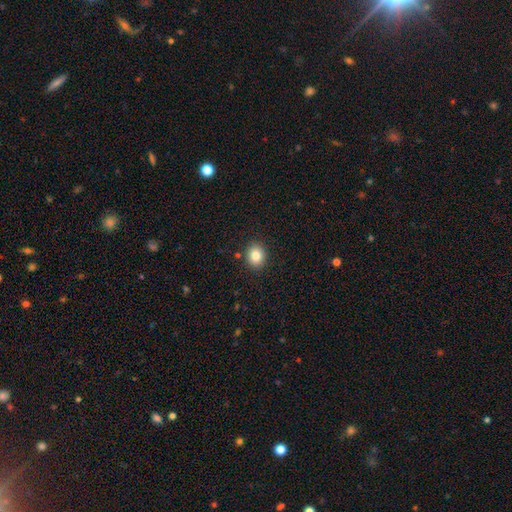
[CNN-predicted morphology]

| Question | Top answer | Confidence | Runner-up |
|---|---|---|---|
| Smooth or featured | smooth | 83% | star or artifact (10%) |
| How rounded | round | 66% | in between (33%) |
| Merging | none | 90% | minor disturbance (7%) |